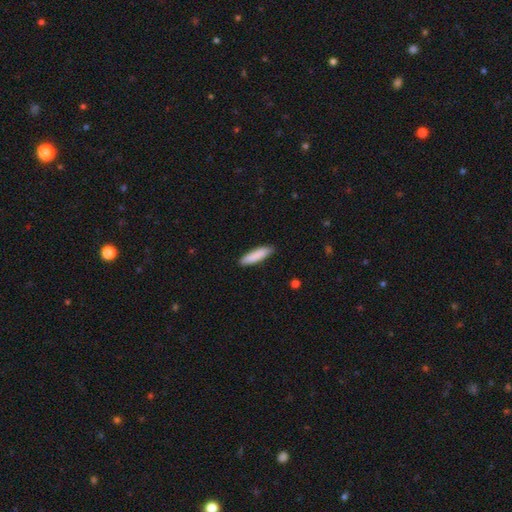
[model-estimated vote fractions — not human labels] A smooth galaxy with no disk features (88%) that is cigar-shaped (77%). Merging: none (89%).